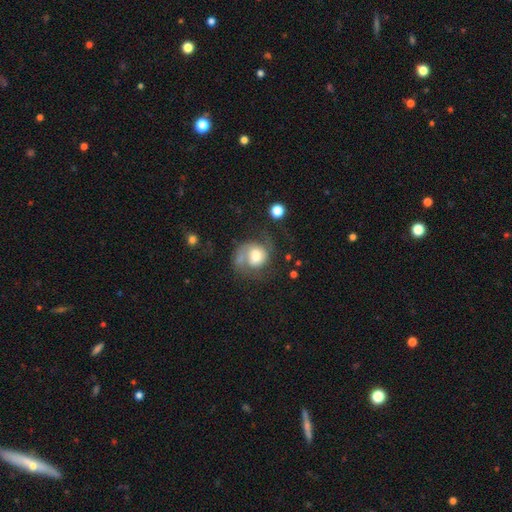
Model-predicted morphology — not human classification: featured or disk 58%, smooth 34%, star or artifact 8%. Down the decision tree: edge-on disk — no (98%); bar — no (63%); spiral arms — yes (84%); bulge size — moderate (43%); merging — none (40%).